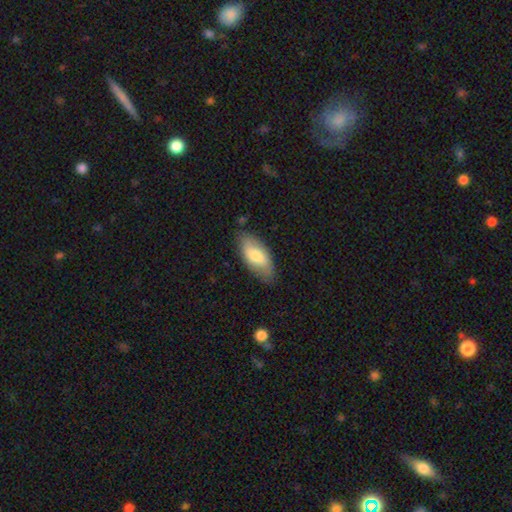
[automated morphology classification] type=smooth (69%); roundness=in between (89%); merging=none (78%).